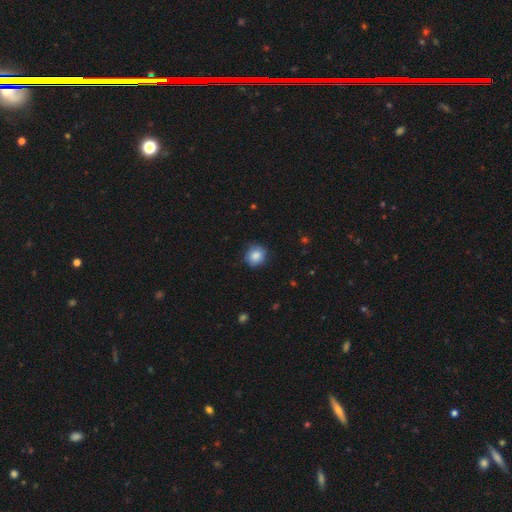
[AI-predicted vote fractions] Smooth or featured? smooth (86%)
How rounded? round (88%)
Merging? none (83%)